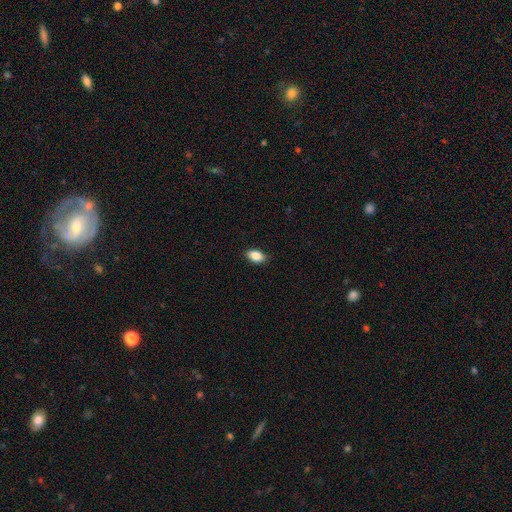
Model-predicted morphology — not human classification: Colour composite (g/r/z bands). It shows a smooth galaxy with no disk features (87%) that is in between round and cigar-shaped (90%). Merging: none (87%).